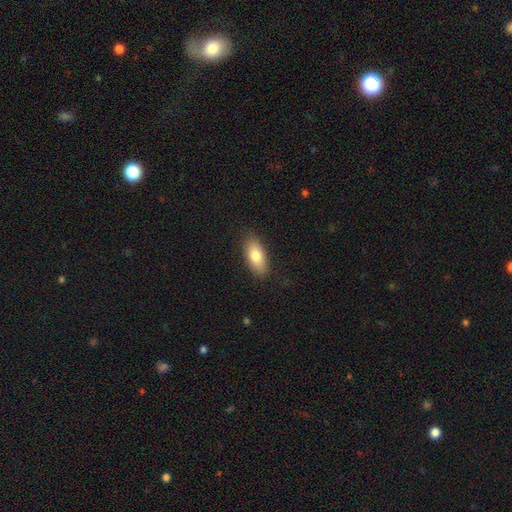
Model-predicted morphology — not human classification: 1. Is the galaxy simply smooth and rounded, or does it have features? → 81% smooth, 13% featured or disk, 6% star or artifact.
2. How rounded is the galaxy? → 84% in between, 13% cigar-shaped, 3% round.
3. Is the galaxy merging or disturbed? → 86% none, 11% minor disturbance, 2% major disturbance, 1% merger.